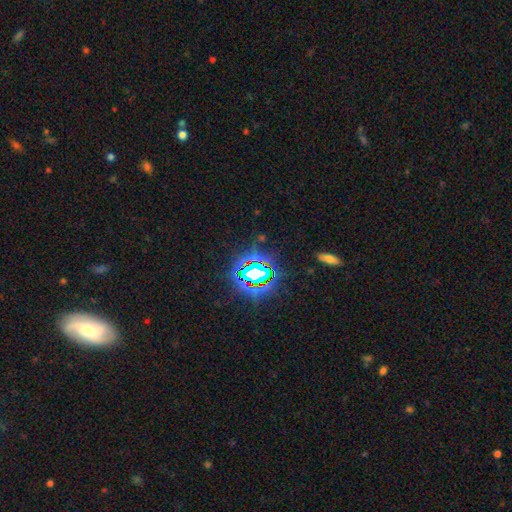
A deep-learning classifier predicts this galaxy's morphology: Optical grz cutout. It shows a star or artifact, not a galaxy (78%).